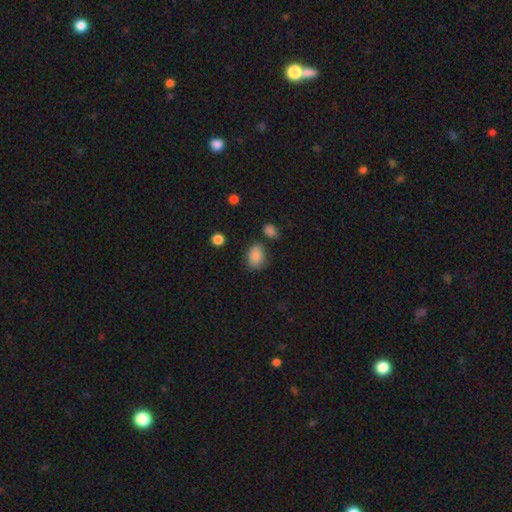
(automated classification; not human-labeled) Smooth or featured? Predicted: smooth (p=0.85). How rounded? Predicted: in between (p=0.74). Merging? Predicted: none (p=0.72).